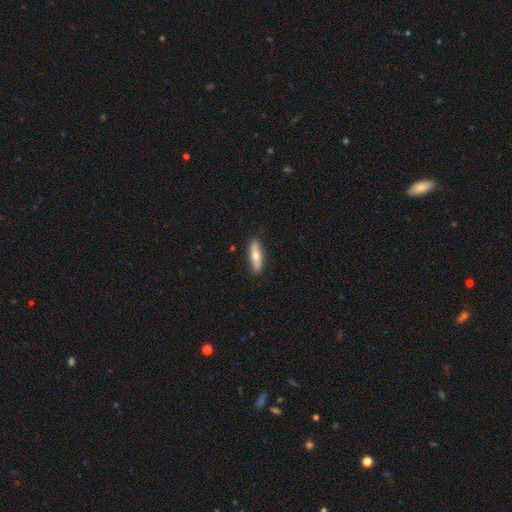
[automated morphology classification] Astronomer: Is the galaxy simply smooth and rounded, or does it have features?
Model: smooth — 59% (runner-up: featured or disk, 36%).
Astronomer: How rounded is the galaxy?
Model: cigar-shaped — 66%.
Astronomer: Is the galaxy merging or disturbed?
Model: none — 88%.